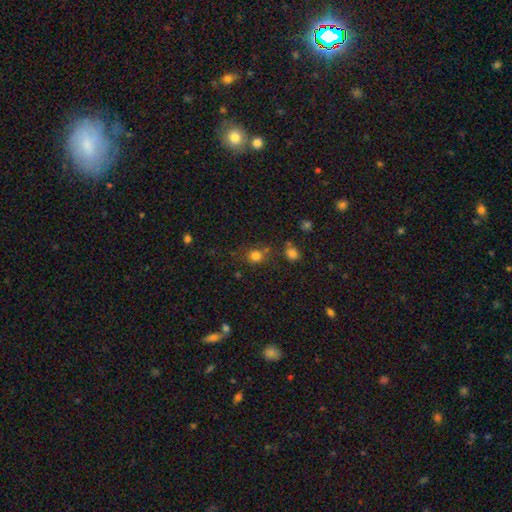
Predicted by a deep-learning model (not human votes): Smooth or featured: smooth — 79% (star or artifact — 15%)
How rounded: round — 81% (in between — 18%)
Merging: none — 69% (minor disturbance — 13%)